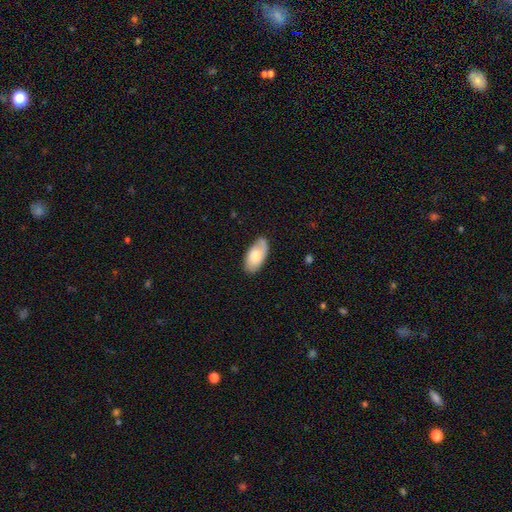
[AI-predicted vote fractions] This is likely a smooth galaxy (74%). How rounded: clearly in between (95%). Merging: likely none (76%).